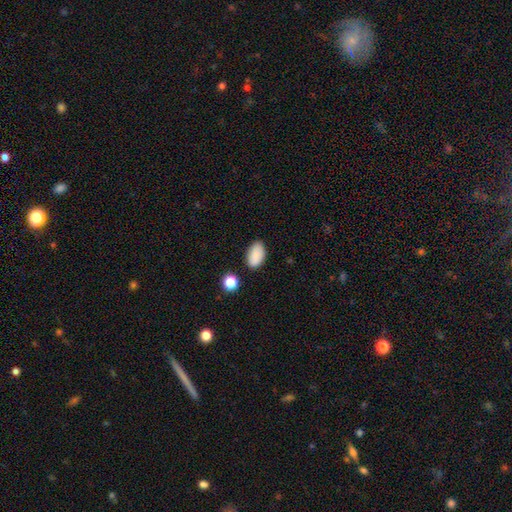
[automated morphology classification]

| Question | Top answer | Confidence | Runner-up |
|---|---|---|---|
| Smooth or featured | smooth | 88% | star or artifact (8%) |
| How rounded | in between | 93% | round (6%) |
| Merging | none | 82% | minor disturbance (12%) |